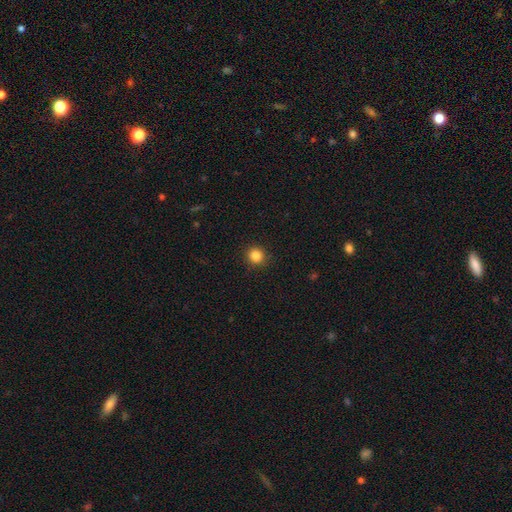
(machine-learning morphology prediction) A smooth galaxy with no disk features (85%) that is round (93%).

Vote fractions:
- Smooth or featured? smooth: 85% / star or artifact: 11% / featured or disk: 4%
- How rounded? round: 93% / in between: 6% / cigar-shaped: 1%
- Merging? none: 92% / minor disturbance: 5% / major disturbance: 2% / merger: 1%